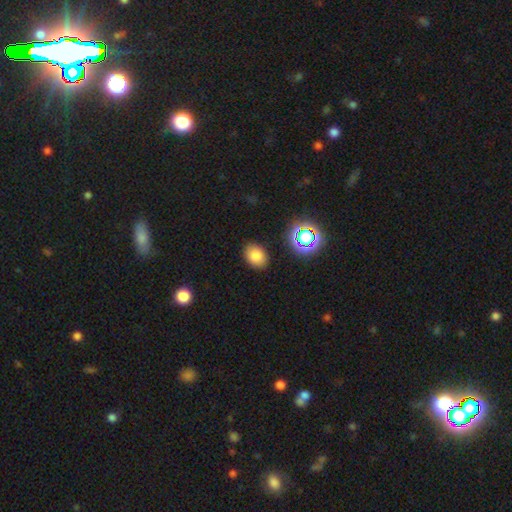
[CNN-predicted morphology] This appears to be a smooth galaxy with no disk features (79%) that is in between round and cigar-shaped (71%). Merging: none (85%).